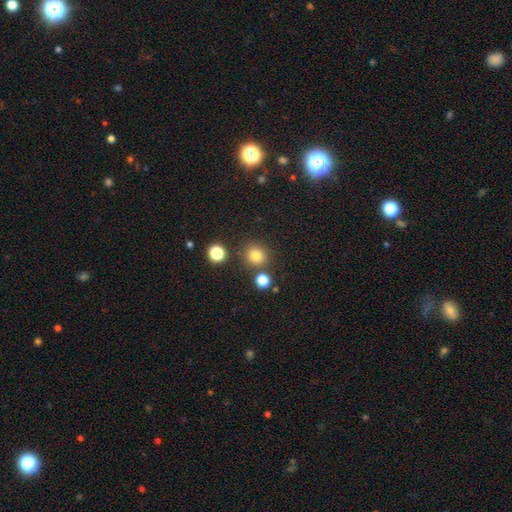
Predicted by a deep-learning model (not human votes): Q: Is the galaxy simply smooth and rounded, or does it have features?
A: smooth — 79%.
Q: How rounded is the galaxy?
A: round — 90%.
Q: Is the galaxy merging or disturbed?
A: none — 83%.